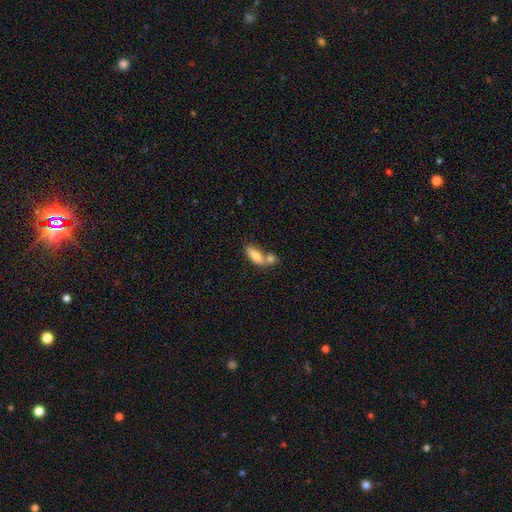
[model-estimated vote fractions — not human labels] Morphology: type=smooth (79%); roundness=in between (77%); merging=merger (53%).